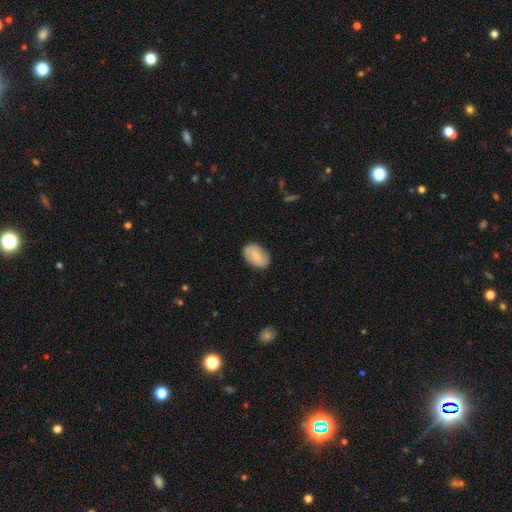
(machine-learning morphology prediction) Overall: smooth (66%; featured or disk 27%). How rounded: in between (87%). Merging: none (82%).